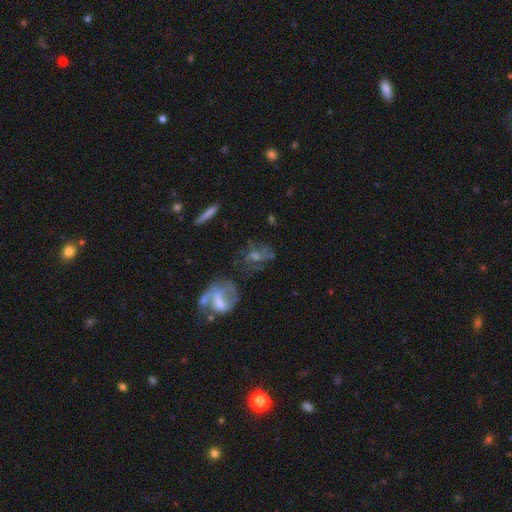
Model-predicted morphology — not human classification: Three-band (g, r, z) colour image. It shows a featured or disk galaxy (52%). Merging: none (51%).